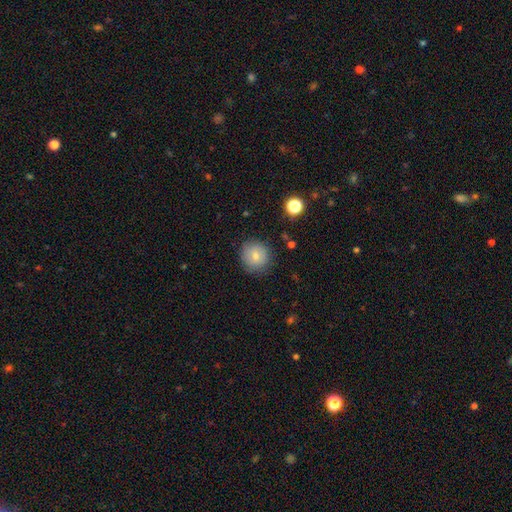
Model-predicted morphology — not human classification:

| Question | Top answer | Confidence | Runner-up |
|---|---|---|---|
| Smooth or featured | smooth | 76% | featured or disk (13%) |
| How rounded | round | 92% | in between (7%) |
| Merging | none | 84% | minor disturbance (12%) |